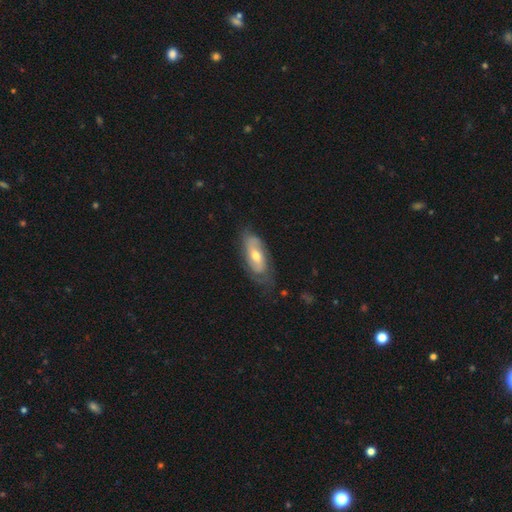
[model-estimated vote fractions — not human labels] Overall: featured or disk (63%; smooth 31%). Edge-on disk: no (86%). Bar: no (55%; weak 32%). Spiral arms: yes (79%). Bulge size: moderate (69%). Merging: none (65%).